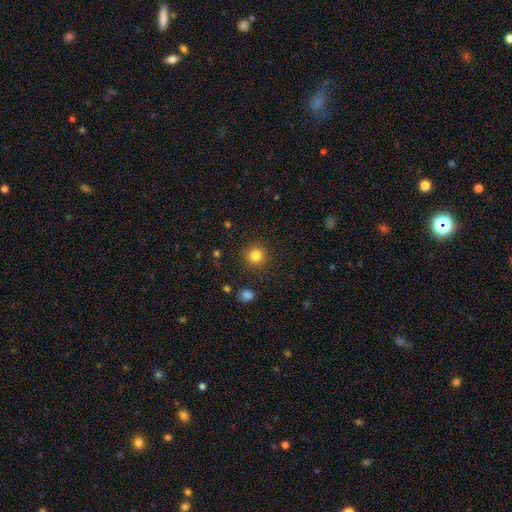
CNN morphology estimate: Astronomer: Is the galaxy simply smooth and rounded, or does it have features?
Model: smooth — 83%.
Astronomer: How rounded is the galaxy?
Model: round — 94%.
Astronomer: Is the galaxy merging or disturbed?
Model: none — 90%.